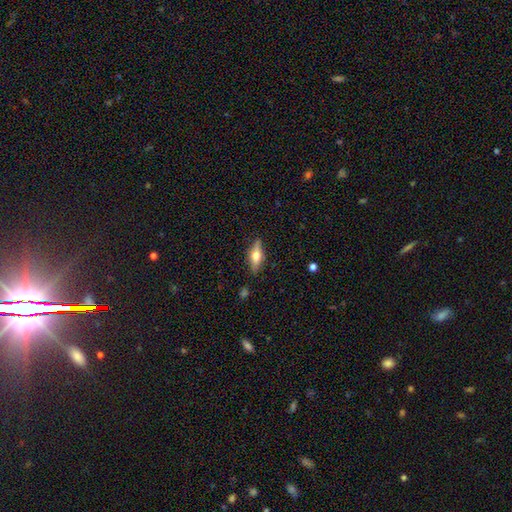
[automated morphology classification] A featured or disk galaxy (54%) viewed edge-on (92%) with a rounded central bulge (94%). Merging: none (86%).